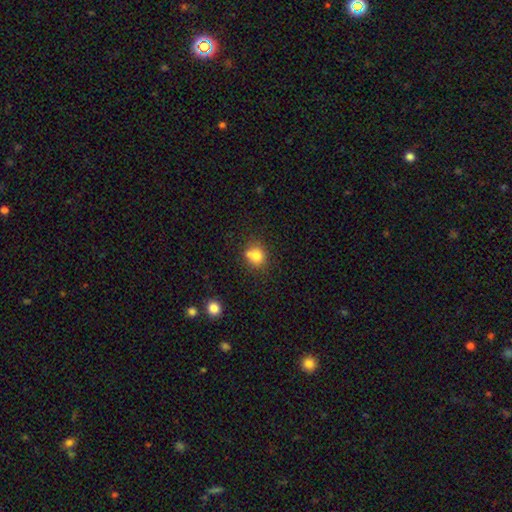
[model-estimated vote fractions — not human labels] Morphology: type=smooth (76%); roundness=round (79%); merging=none (56%).